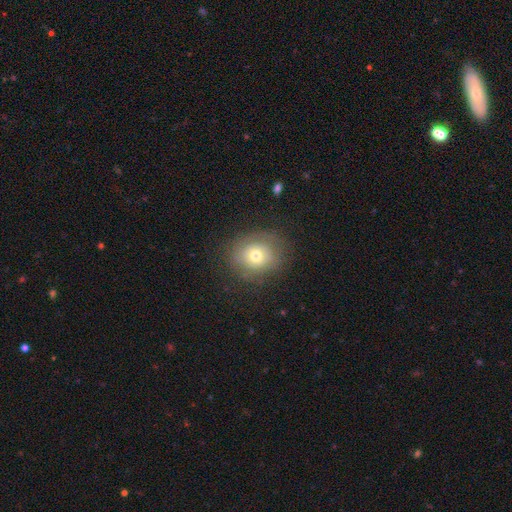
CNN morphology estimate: smooth 65%, featured or disk 22%, star or artifact 13%. Down the decision tree: how rounded — round (75%); merging — none (77%).